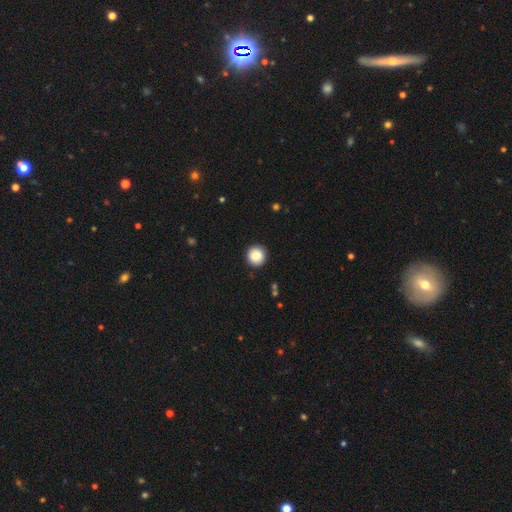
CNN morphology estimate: A smooth galaxy with no disk features (86%) that is round (94%). Merging: none (92%).